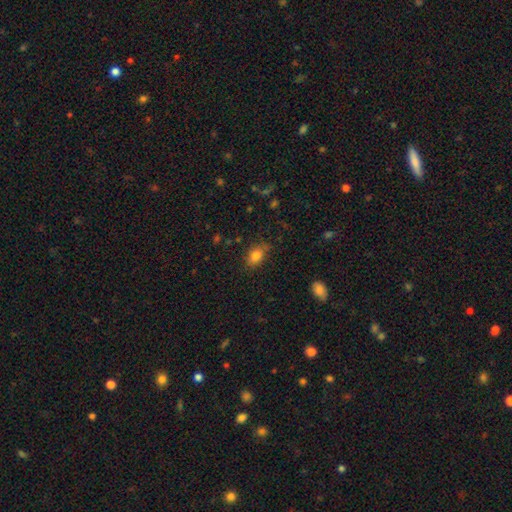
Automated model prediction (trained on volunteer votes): Q: Smooth or featured?
A: smooth (83%); runner-up: star or artifact (10%)
Q: How rounded?
A: in between (77%); runner-up: round (21%)
Q: Merging?
A: none (78%); runner-up: minor disturbance (16%)